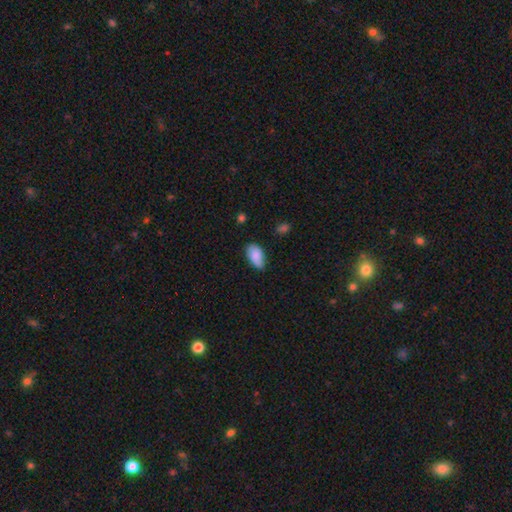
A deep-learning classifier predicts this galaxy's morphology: The model was most divided on "merging": none: 61%, minor disturbance: 32%, major disturbance: 5%, merger: 2%. More confident: how rounded — in between (94%); smooth or featured — smooth (83%).